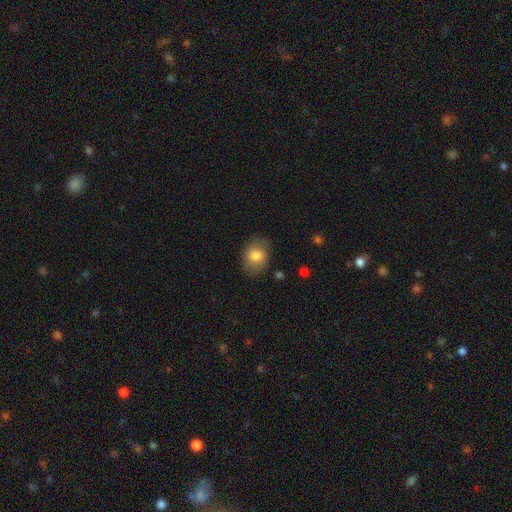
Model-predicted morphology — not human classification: Smooth or featured? smooth (77%)
How rounded? in between (58%)
Merging? none (75%)